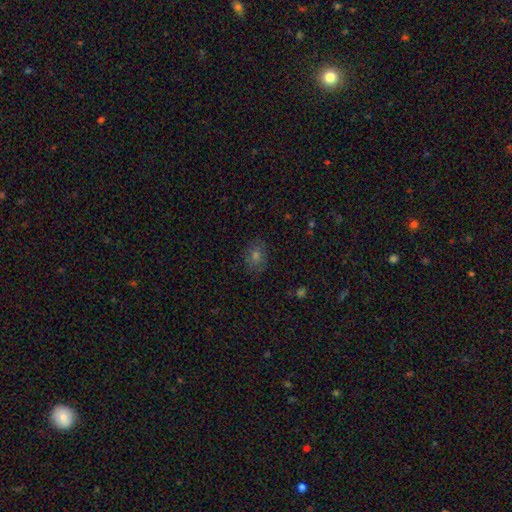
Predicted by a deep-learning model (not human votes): Morphology: type=smooth (60%); roundness=round (55%); merging=none (83%).